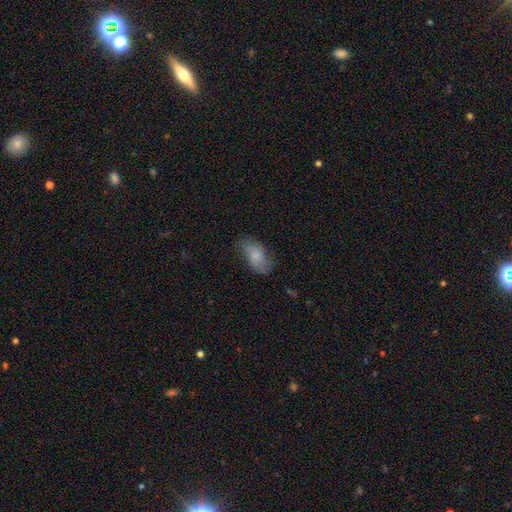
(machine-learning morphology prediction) This appears to be a smooth galaxy with no disk features (72%) that is in between round and cigar-shaped (92%). Merging: none (58%).